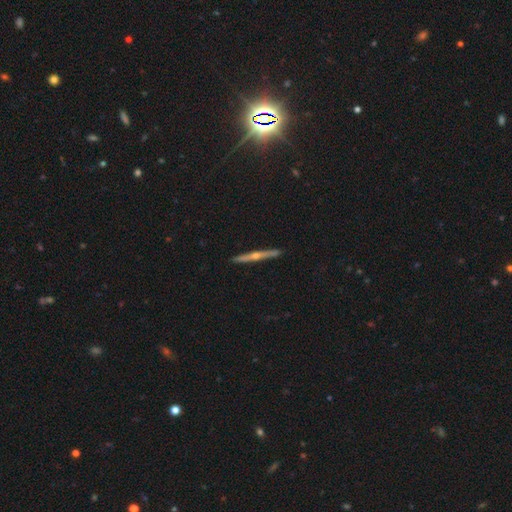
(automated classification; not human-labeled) smooth-or-featured: featured or disk: 62% | star or artifact: 20% | smooth: 18%
  disk-edge-on: yes: 93% | no: 7%
    edge-on-bulge: rounded: 79% | none: 13% | boxy: 8%
  merging: none: 86% | minor disturbance: 9% | major disturbance: 3% | merger: 3%